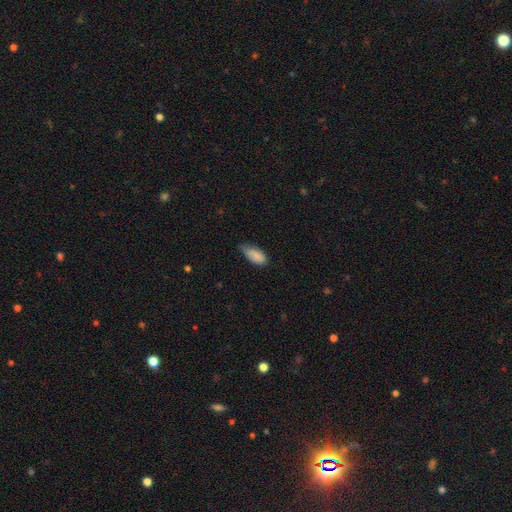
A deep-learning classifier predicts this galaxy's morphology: The model was most divided on "merging": minor disturbance: 46%, none: 42%, major disturbance: 10%, merger: 2%. More confident: how rounded — in between (91%); smooth or featured — smooth (84%).